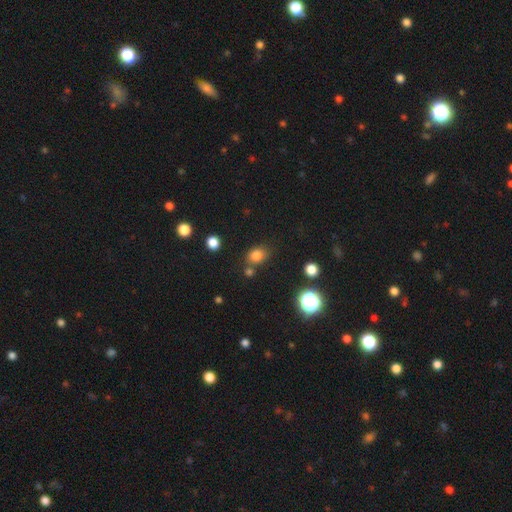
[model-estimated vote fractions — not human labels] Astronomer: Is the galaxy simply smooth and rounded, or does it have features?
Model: smooth — 79%.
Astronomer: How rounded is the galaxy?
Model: in between — 53% (runner-up: round, 46%).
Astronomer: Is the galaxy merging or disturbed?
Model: none — 68%.